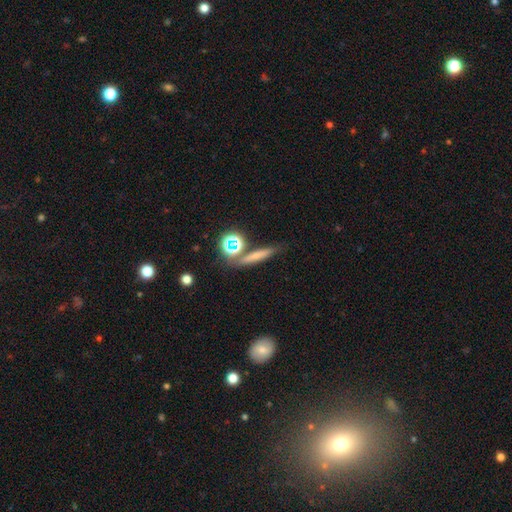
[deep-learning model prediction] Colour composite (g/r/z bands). It shows a smooth galaxy with no disk features (63%) that is cigar-shaped (73%). Merging: none (73%).